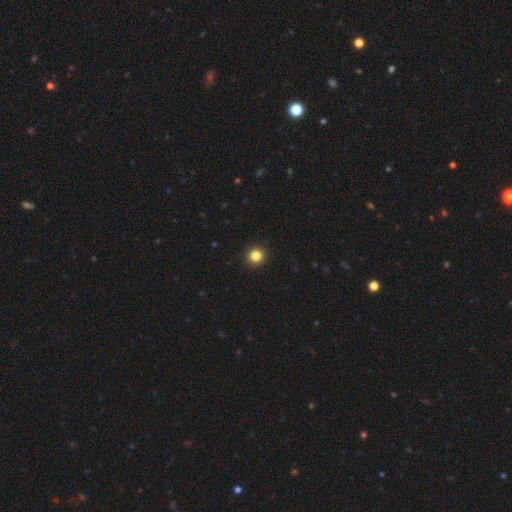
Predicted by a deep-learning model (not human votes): smooth-or-featured: smooth: 84% | star or artifact: 12% | featured or disk: 4%
  how-rounded: round: 93% | in between: 6% | cigar-shaped: 1%
  merging: none: 93% | minor disturbance: 4% | major disturbance: 1% | merger: 1%